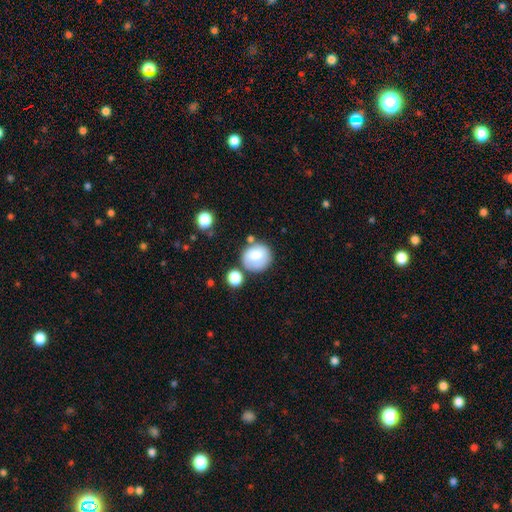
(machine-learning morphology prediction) A smooth galaxy with no disk features (77%) that is round (82%).

Vote fractions:
- Smooth or featured? smooth: 77% / featured or disk: 14% / star or artifact: 8%
- How rounded? round: 82% / in between: 17% / cigar-shaped: 1%
- Merging? none: 64% / minor disturbance: 18% / merger: 12% / major disturbance: 6%